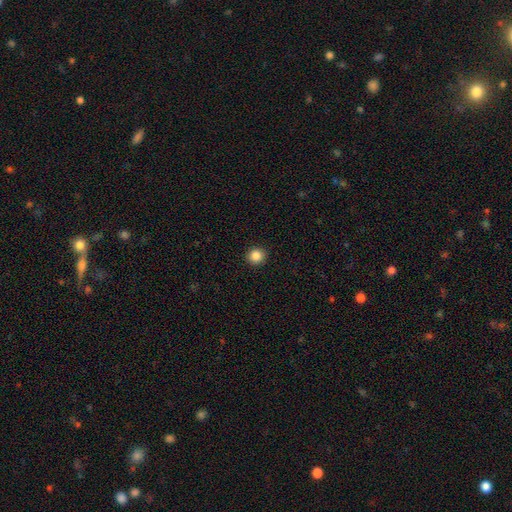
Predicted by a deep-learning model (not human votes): Smooth or featured: smooth — 87% (star or artifact — 10%)
How rounded: round — 89% (in between — 10%)
Merging: none — 92% (minor disturbance — 5%)